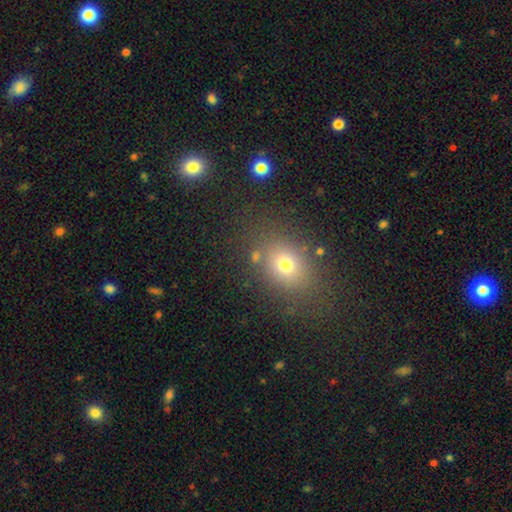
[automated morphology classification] This appears to be a smooth galaxy with no disk features (70%) that is in between round and cigar-shaped (56%). Merging: none (78%).